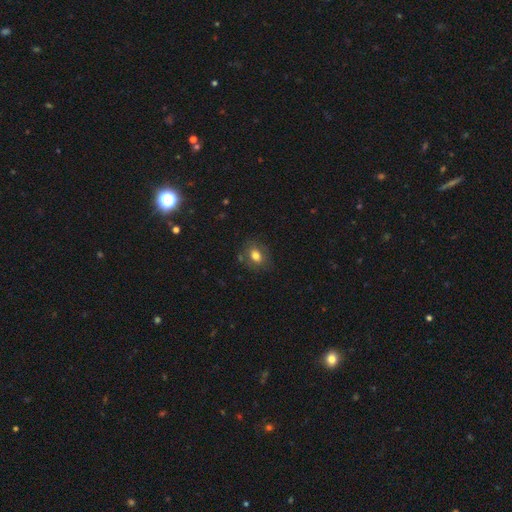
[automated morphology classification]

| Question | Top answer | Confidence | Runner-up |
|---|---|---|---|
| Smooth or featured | smooth | 76% | featured or disk (14%) |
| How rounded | in between | 60% | round (38%) |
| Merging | none | 76% | minor disturbance (15%) |